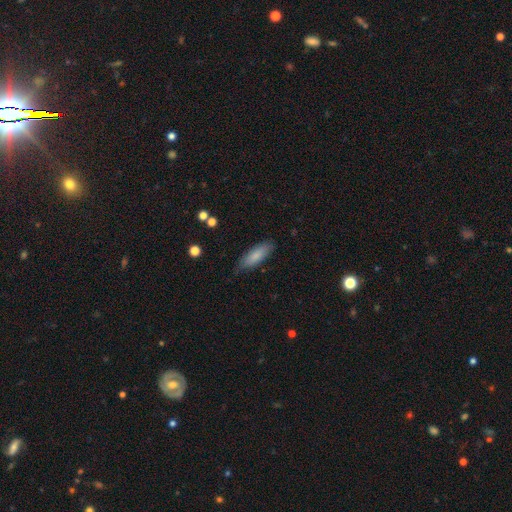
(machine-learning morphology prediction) smooth_or_featured: smooth (p=0.82) [alt: featured or disk p=0.12]
how_rounded: in between (p=0.57) [alt: cigar-shaped p=0.42]
merging: none (p=0.78) [alt: minor disturbance p=0.17]